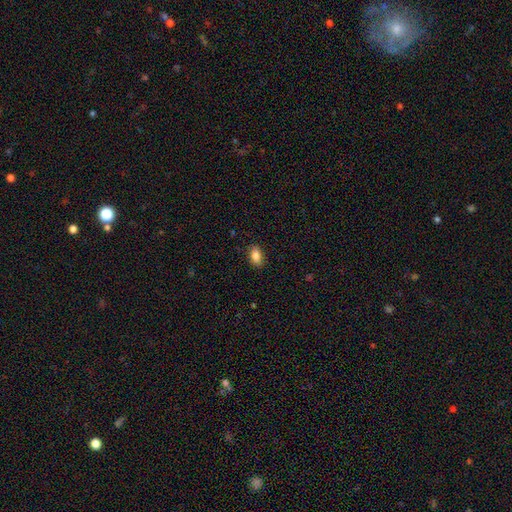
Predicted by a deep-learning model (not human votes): smooth_or_featured: smooth (p=0.86) [alt: star or artifact p=0.08]
how_rounded: in between (p=0.89) [alt: round p=0.09]
merging: none (p=0.88) [alt: minor disturbance p=0.09]